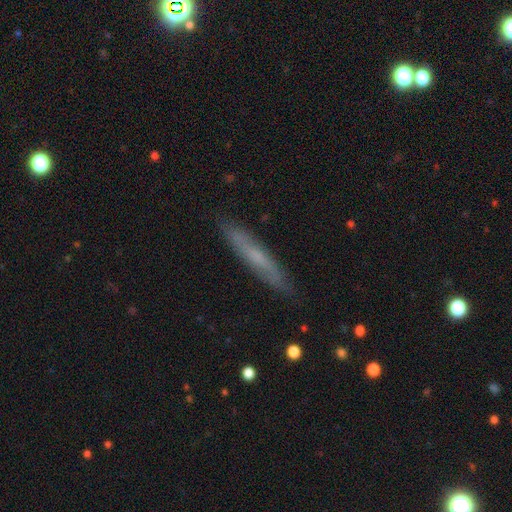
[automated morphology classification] smooth 50%, featured or disk 43%, star or artifact 8%. Down the decision tree: merging — none (87%).